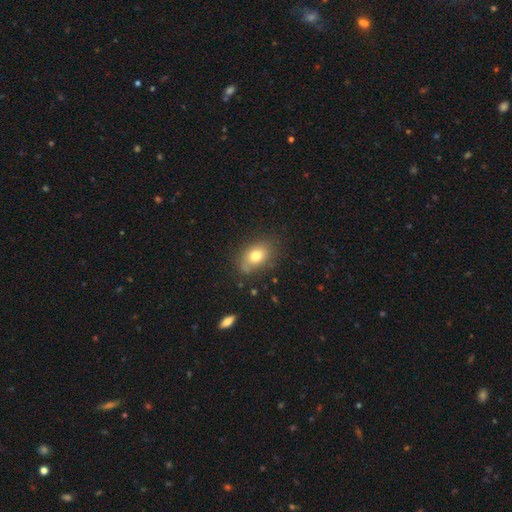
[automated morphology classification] Overall: smooth (76%). How rounded: in between (75%). Merging: none (73%).